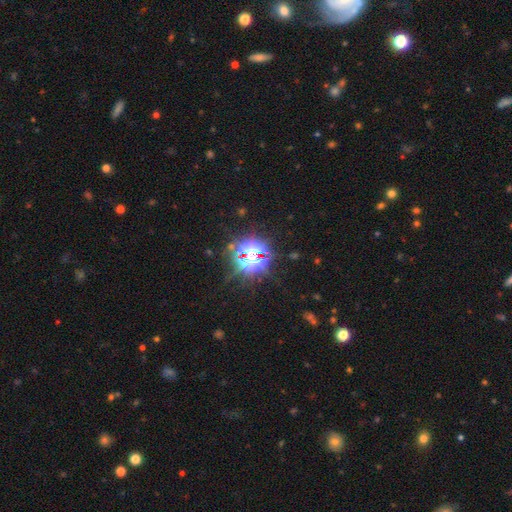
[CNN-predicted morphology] smooth-or-featured: star or artifact: 74% | smooth: 16% | featured or disk: 10%